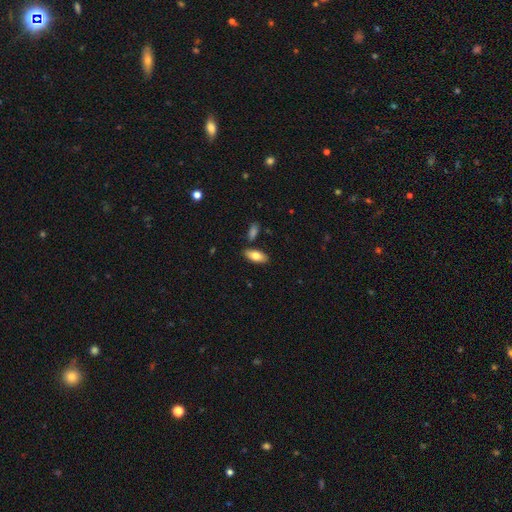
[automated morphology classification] Overall: smooth (79%). How rounded: in between (88%). Merging: none (84%).